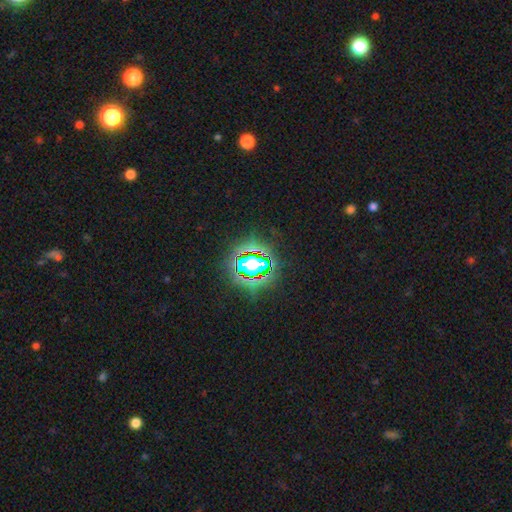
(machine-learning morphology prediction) A star or artifact, not a galaxy (80%).

Vote fractions:
- Smooth or featured? star or artifact: 80% / smooth: 13% / featured or disk: 7%